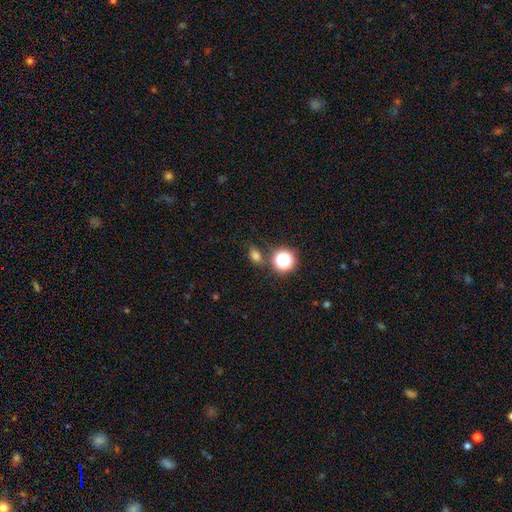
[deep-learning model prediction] Q: Smooth or featured?
A: smooth (72%); runner-up: star or artifact (22%)
Q: How rounded?
A: in between (60%); runner-up: round (38%)
Q: Merging?
A: none (77%); runner-up: minor disturbance (12%)